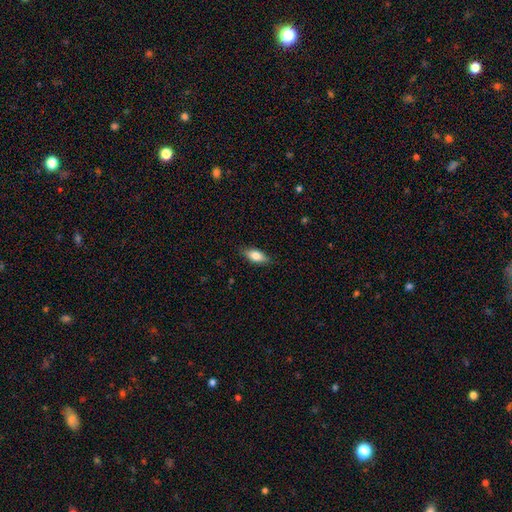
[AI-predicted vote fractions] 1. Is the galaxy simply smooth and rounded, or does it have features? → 77% smooth, 16% featured or disk, 7% star or artifact.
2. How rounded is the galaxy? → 82% in between, 15% cigar-shaped, 3% round.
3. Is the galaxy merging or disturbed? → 85% none, 12% minor disturbance, 2% major disturbance, 1% merger.